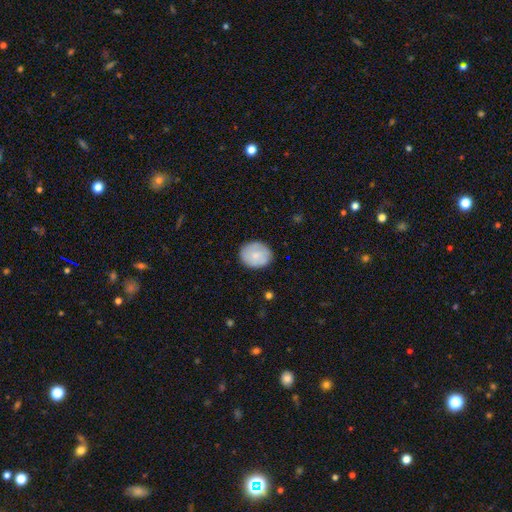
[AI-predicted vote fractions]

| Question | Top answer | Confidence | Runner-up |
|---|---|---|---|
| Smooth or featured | smooth | 74% | featured or disk (20%) |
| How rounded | round | 61% | in between (38%) |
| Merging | none | 83% | minor disturbance (13%) |